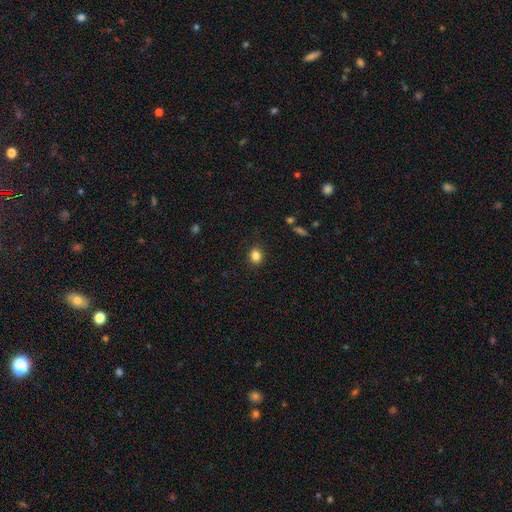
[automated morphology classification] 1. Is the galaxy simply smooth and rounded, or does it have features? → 84% smooth, 11% star or artifact, 5% featured or disk.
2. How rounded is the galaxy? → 67% round, 32% in between, 1% cigar-shaped.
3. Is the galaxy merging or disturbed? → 88% none, 8% minor disturbance, 2% major disturbance, 1% merger.